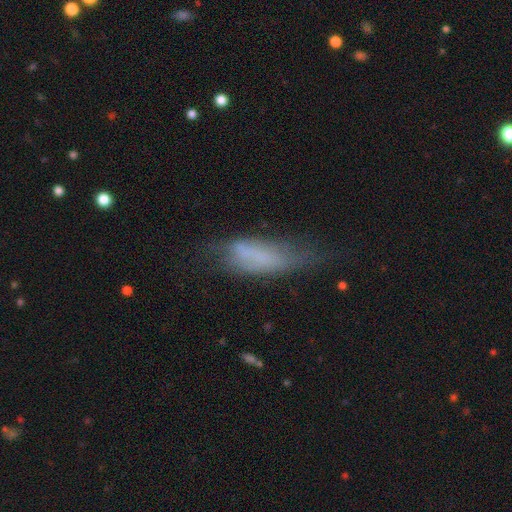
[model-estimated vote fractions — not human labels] smooth-or-featured: smooth: 57% | featured or disk: 31% | star or artifact: 12%
  how-rounded: in between: 52% | cigar-shaped: 45% | round: 2%
  merging: minor disturbance: 34% (tied) | none: 34% (tied) | major disturbance: 28% | merger: 3%